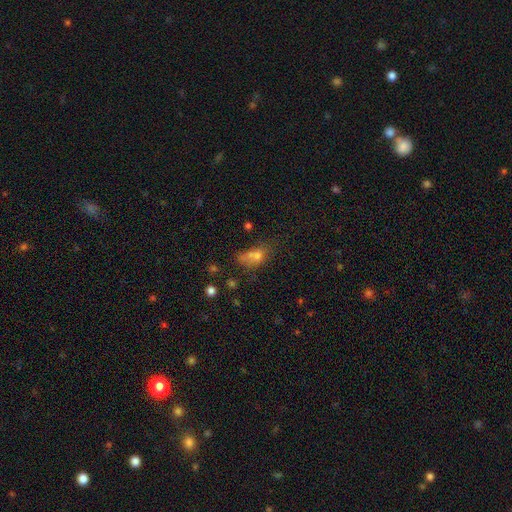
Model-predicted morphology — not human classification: A smooth galaxy with no disk features (60%) that is in between round and cigar-shaped (63%).

Vote fractions:
- Smooth or featured? smooth: 60% / star or artifact: 21% / featured or disk: 19%
- How rounded? in between: 63% / round: 30% / cigar-shaped: 7%
- Merging? none: 33% / merger: 28% / major disturbance: 20% / minor disturbance: 19%